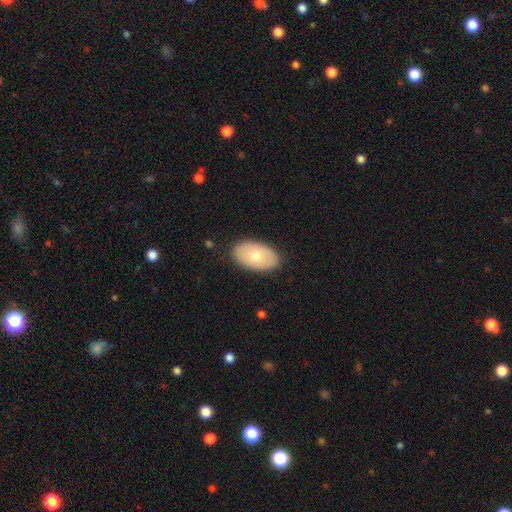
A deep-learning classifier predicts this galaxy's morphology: This is likely a smooth galaxy (70%). How rounded: clearly in between (93%). Merging: clearly none (87%).